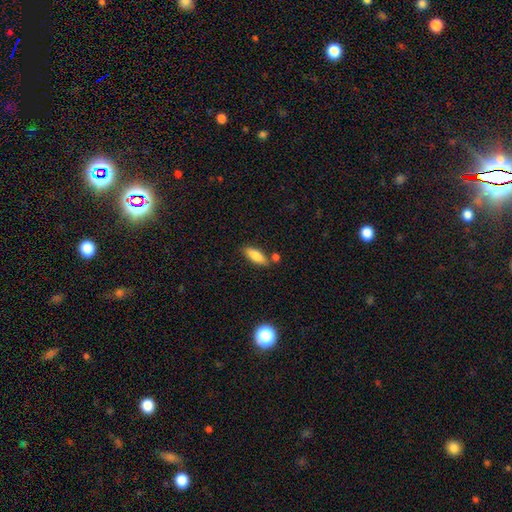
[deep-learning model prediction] Smooth or featured? smooth (83%)
How rounded? in between (65%)
Merging? none (73%)